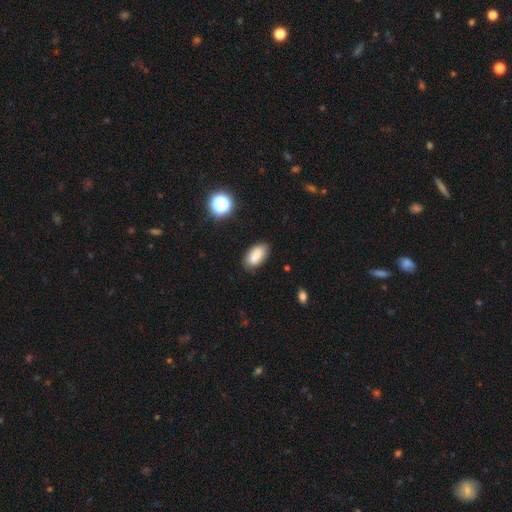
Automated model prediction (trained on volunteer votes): Morphology: type=smooth (83%); roundness=in between (92%); merging=none (82%).